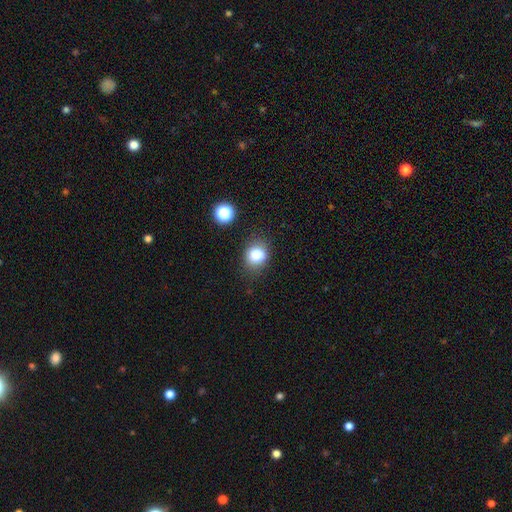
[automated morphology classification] smooth 81%, star or artifact 12%, featured or disk 7%. Down the decision tree: how rounded — round (67%); merging — none (77%).